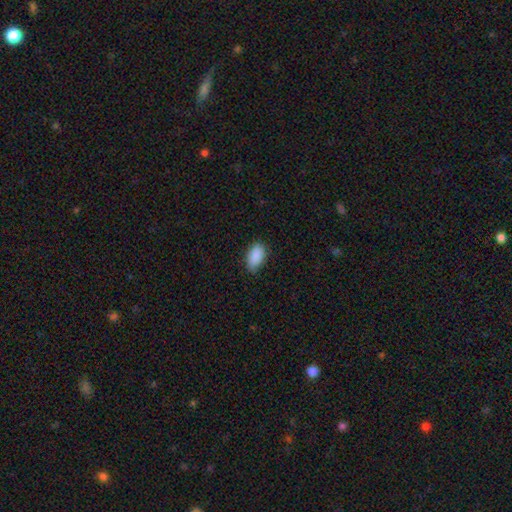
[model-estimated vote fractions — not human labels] Morphology: type=smooth (90%); roundness=in between (93%); merging=none (77%).